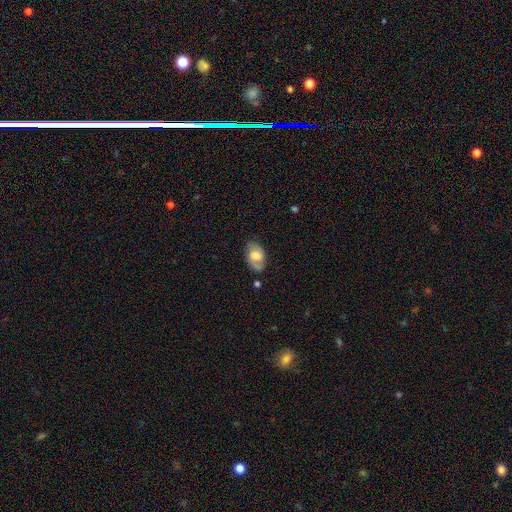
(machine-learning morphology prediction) Smooth or featured? Predicted: featured or disk (p=0.53). Edge-on disk? Predicted: no (p=0.95). Merging? Predicted: none (p=0.72).